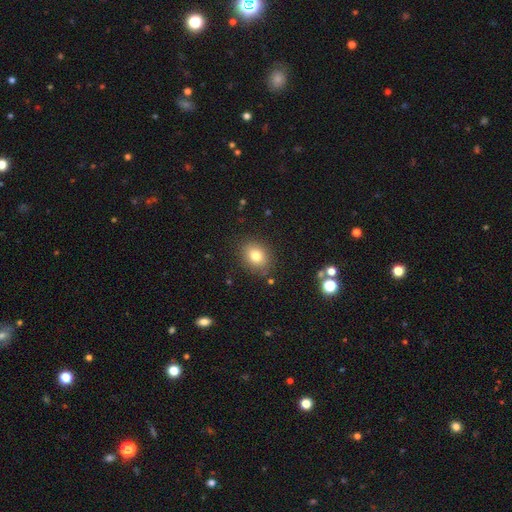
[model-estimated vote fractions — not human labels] A smooth galaxy with no disk features (80%) that is in between round and cigar-shaped (52%).

Vote fractions:
- Smooth or featured? smooth: 80% / star or artifact: 11% / featured or disk: 9%
- How rounded? in between: 52% / round: 47% / cigar-shaped: 1%
- Merging? none: 85% / minor disturbance: 10% / major disturbance: 3% / merger: 2%